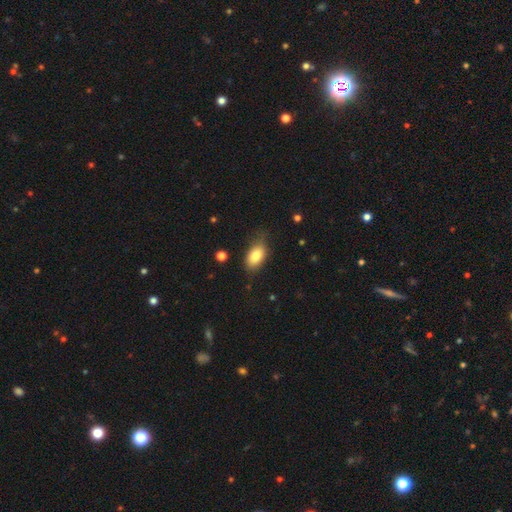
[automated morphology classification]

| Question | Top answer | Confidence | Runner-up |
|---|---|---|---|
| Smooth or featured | smooth | 82% | featured or disk (11%) |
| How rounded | in between | 90% | round (6%) |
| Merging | none | 69% | minor disturbance (24%) |